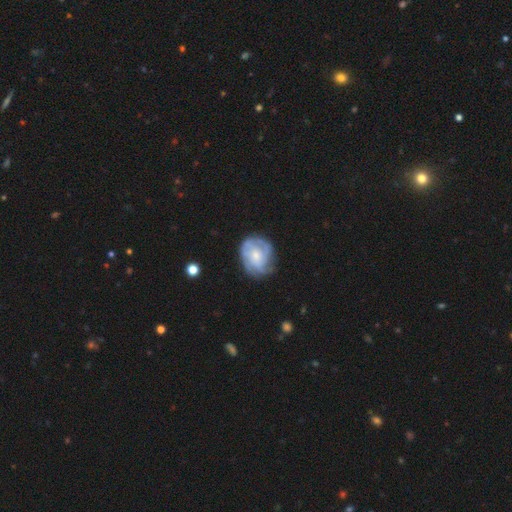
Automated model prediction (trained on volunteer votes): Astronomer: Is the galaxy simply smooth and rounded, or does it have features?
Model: featured or disk — 75%.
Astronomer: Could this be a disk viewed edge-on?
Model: no — 98%.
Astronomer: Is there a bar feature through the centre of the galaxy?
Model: no — 74%.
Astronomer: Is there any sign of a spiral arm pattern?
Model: yes — 91%.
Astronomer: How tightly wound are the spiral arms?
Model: tight — 57% (runner-up: medium, 33%).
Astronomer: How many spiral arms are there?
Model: can't tell — 34% (runner-up: 3, 25%).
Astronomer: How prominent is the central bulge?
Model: small — 53% (runner-up: moderate, 36%).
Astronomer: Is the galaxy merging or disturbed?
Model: none — 70%.